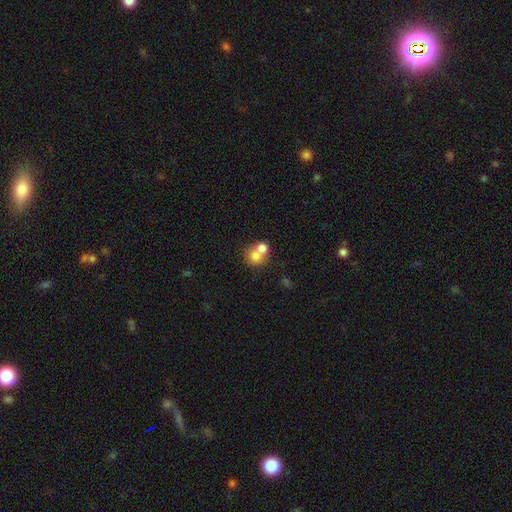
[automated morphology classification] smooth-or-featured: smooth: 72% | featured or disk: 17% | star or artifact: 10%
  how-rounded: round: 76% | in between: 23% | cigar-shaped: 1%
  merging: merger: 60% | none: 31% | minor disturbance: 6% | major disturbance: 3%